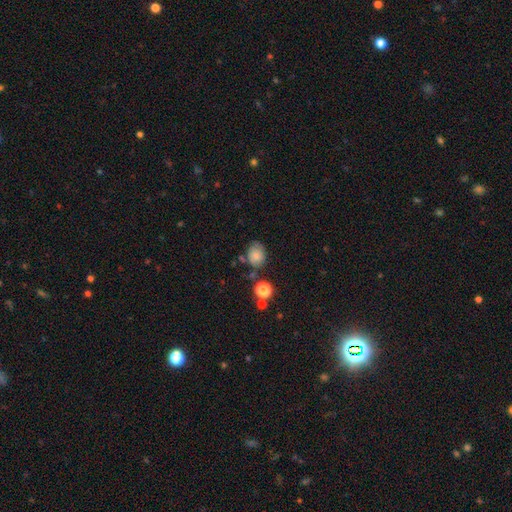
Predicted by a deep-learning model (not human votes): smooth-or-featured: smooth: 79% | star or artifact: 11% | featured or disk: 10%
  how-rounded: in between: 55% | round: 44% | cigar-shaped: 1%
  merging: none: 61% | minor disturbance: 25% | merger: 8% | major disturbance: 7%